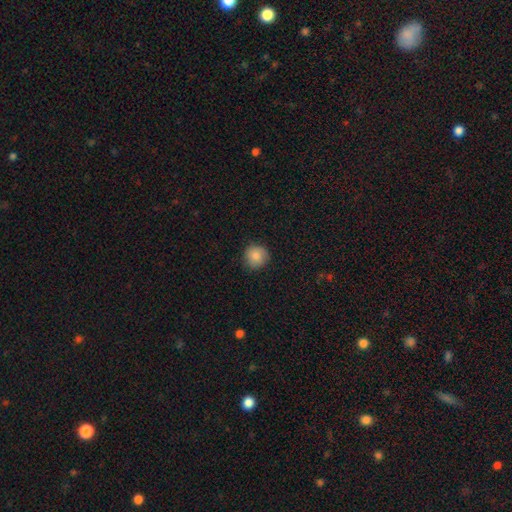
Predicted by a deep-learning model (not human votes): Q: Smooth or featured?
A: smooth (85%); runner-up: star or artifact (8%)
Q: How rounded?
A: round (93%); runner-up: in between (6%)
Q: Merging?
A: none (87%); runner-up: minor disturbance (10%)